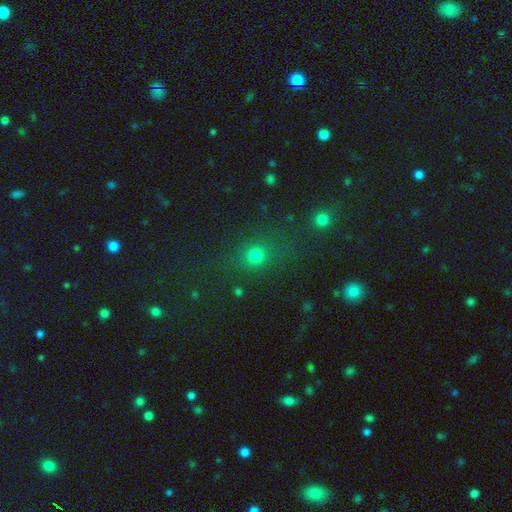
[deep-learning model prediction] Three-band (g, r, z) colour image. It shows a smooth galaxy with no disk features (74%) that is round (83%). Merging: none (77%).